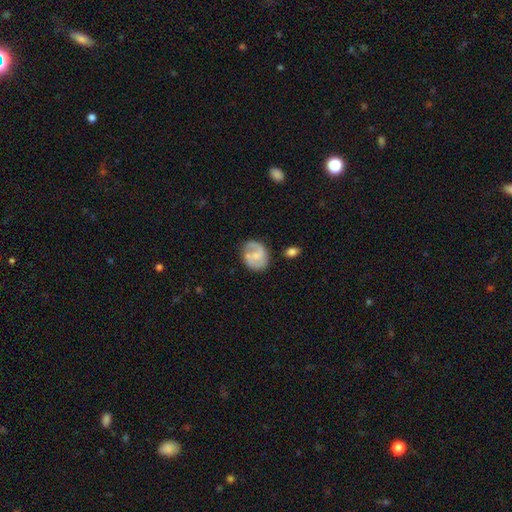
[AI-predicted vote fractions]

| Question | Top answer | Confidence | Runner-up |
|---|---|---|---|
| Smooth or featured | featured or disk | 59% | smooth (34%) |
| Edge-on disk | no | 98% | yes (2%) |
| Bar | no | 55% | weak (38%) |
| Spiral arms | yes | 83% | no (17%) |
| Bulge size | small | 49% | moderate (29%) |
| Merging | none | 62% | minor disturbance (22%) |